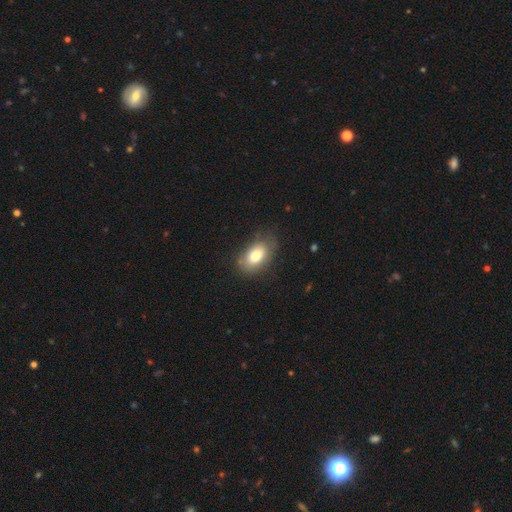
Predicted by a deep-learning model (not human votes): smooth-or-featured: smooth: 77% | featured or disk: 16% | star or artifact: 8%
  how-rounded: in between: 90% | round: 8% | cigar-shaped: 2%
  merging: none: 73% | minor disturbance: 20% | major disturbance: 6% | merger: 1%